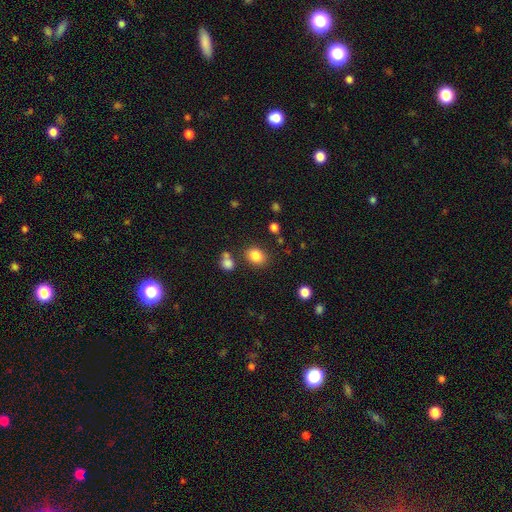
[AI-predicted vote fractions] Overall: smooth (84%). How rounded: in between (51%; round 48%). Merging: none (78%).